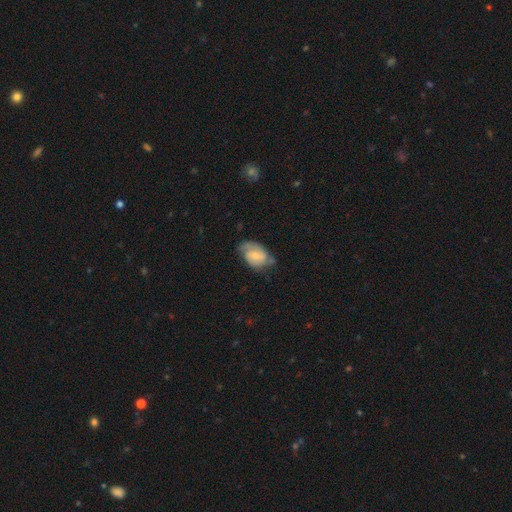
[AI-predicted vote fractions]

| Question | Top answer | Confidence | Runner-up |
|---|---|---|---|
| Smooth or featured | featured or disk | 62% | smooth (31%) |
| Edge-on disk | no | 96% | yes (4%) |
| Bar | no | 56% | weak (37%) |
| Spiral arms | yes | 88% | no (12%) |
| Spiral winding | medium | 43% | tight (38%) |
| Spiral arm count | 2 | 68% | can't tell (17%) |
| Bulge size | small | 55% | moderate (37%) |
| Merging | none | 54% | minor disturbance (31%) |